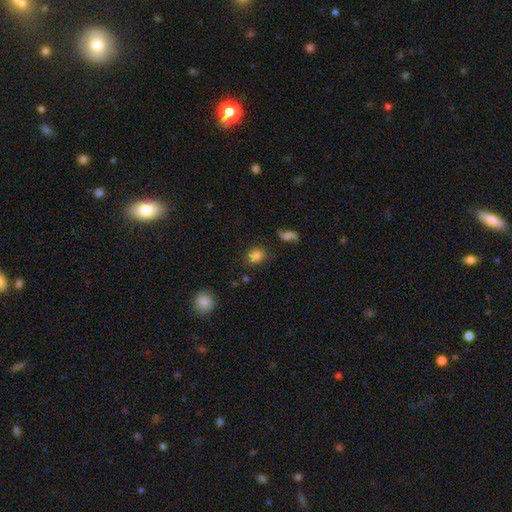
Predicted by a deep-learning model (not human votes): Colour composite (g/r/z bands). It shows a smooth galaxy with no disk features (80%) that is round (64%). Merging: none (76%).